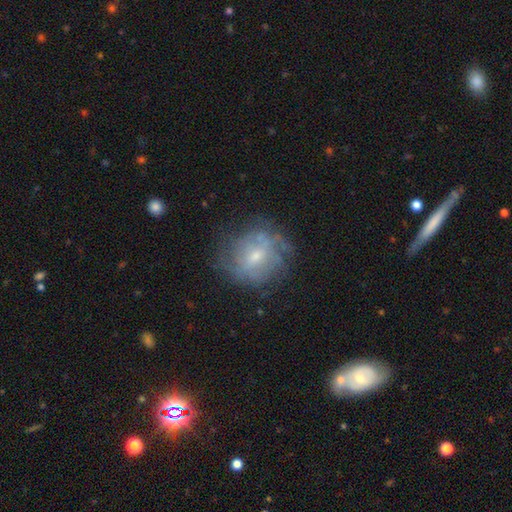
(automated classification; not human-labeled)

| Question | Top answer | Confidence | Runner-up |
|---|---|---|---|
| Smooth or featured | featured or disk | 58% | smooth (33%) |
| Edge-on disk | no | 96% | yes (4%) |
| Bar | no | 48% | weak (44%) |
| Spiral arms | yes | 57% | no (43%) |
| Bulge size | small | 53% | moderate (40%) |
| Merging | none | 63% | minor disturbance (23%) |